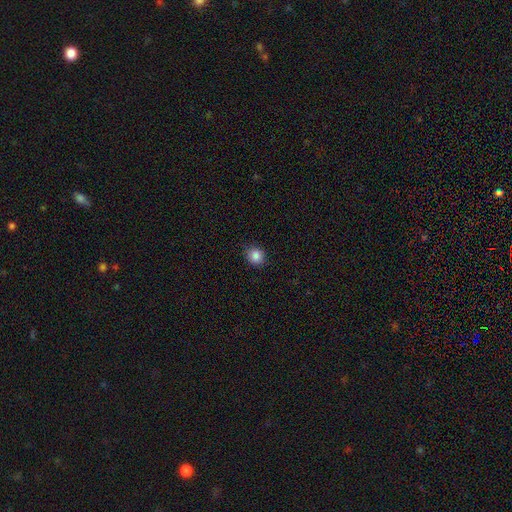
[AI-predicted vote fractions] smooth 86%, star or artifact 10%, featured or disk 4%. Down the decision tree: how rounded — round (84%); merging — none (85%).